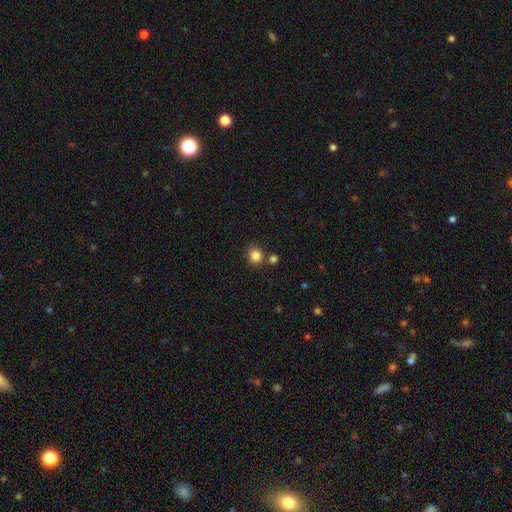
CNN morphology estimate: smooth 84%, star or artifact 12%, featured or disk 5%. Down the decision tree: how rounded — round (84%); merging — none (76%).